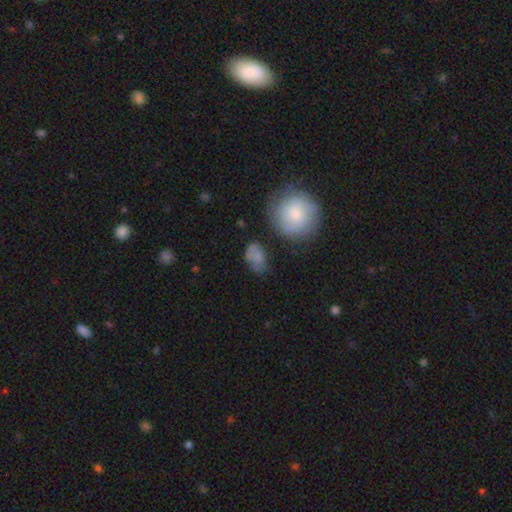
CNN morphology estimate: Overall: smooth (68%). How rounded: in between (77%). Merging: none (48%; minor disturbance 26%).